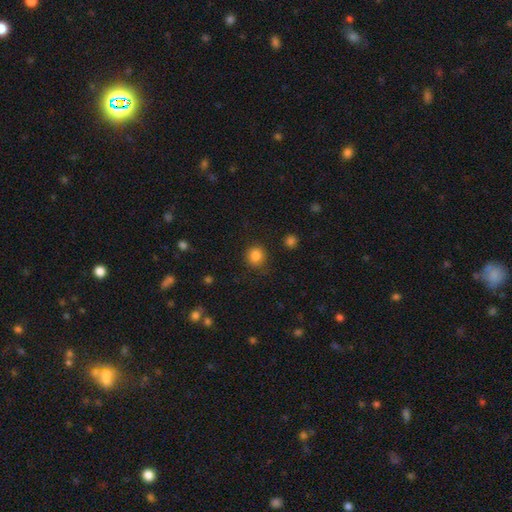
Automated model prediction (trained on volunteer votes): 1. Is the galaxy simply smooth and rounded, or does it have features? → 84% smooth, 11% star or artifact, 5% featured or disk.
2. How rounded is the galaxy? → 90% round, 9% in between, 1% cigar-shaped.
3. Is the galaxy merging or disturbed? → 87% none, 9% minor disturbance, 3% major disturbance, 2% merger.